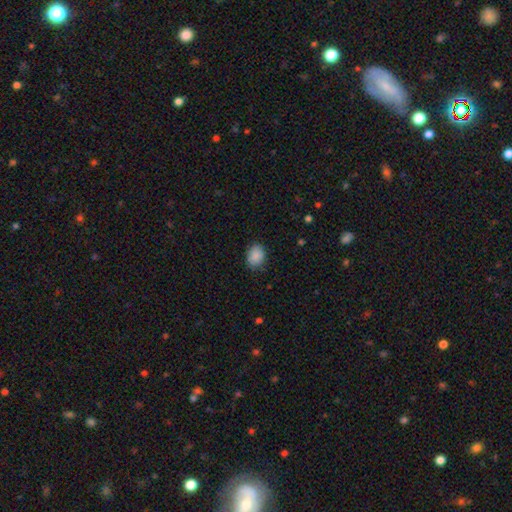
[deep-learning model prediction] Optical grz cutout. It shows a smooth galaxy with no disk features (89%) that is in between round and cigar-shaped (52%). Merging: none (83%).